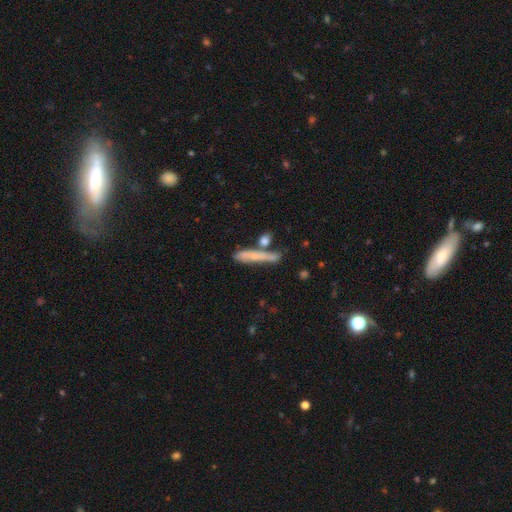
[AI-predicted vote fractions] Smooth or featured?
  - smooth: 59% *
  - featured or disk: 33%
  - star or artifact: 9%
How rounded?
  - cigar-shaped: 90% *
  - in between: 8%
  - round: 3%
Merging?
  - none: 60% *
  - minor disturbance: 17%
  - merger: 17%
  - major disturbance: 6%